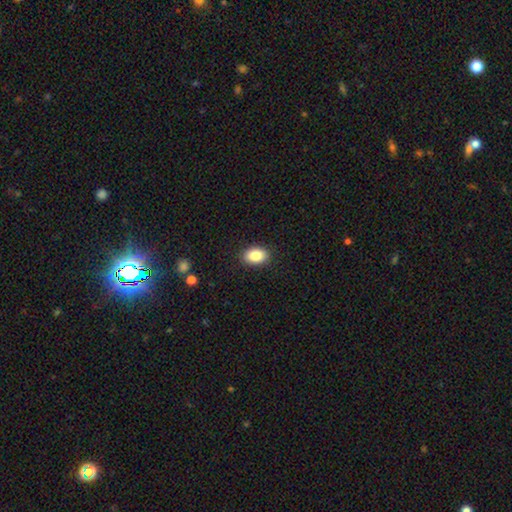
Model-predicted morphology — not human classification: smooth_or_featured: smooth (p=0.87) [alt: star or artifact p=0.08]
how_rounded: in between (p=0.87) [alt: round p=0.12]
merging: none (p=0.89) [alt: minor disturbance p=0.08]